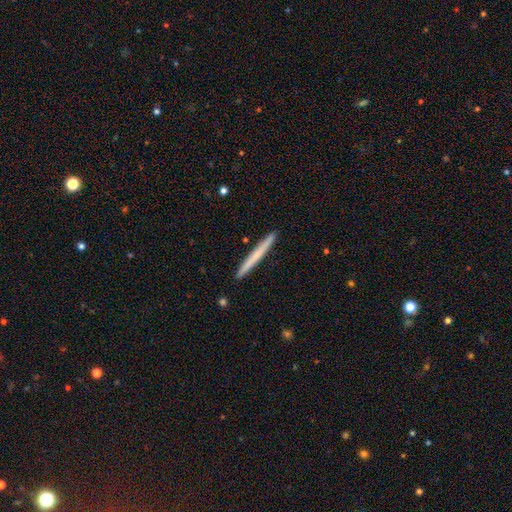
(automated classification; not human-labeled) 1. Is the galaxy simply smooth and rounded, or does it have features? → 62% smooth, 32% featured or disk, 5% star or artifact.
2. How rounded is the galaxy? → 97% cigar-shaped, 1% in between, 1% round.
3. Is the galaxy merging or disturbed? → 93% none, 5% minor disturbance, 1% merger, 1% major disturbance.